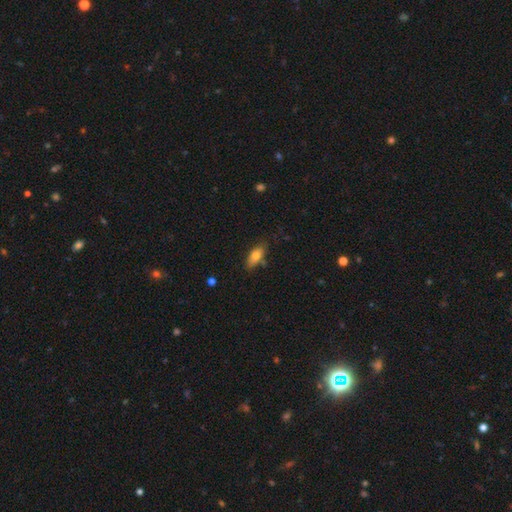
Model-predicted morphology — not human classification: A smooth galaxy with no disk features (75%) that is in between round and cigar-shaped (83%). Merging: none (72%).